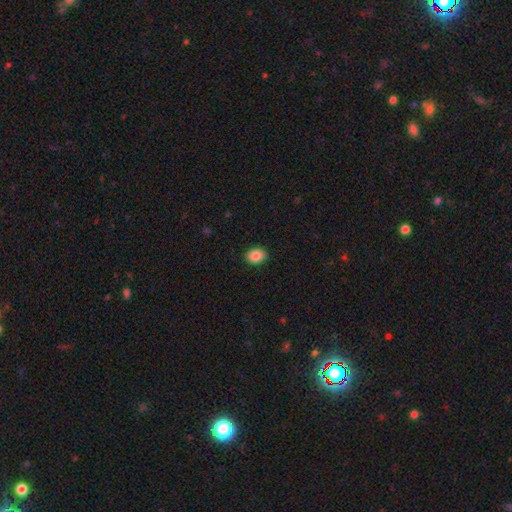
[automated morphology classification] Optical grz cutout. It shows a smooth galaxy with no disk features (87%) that is in between round and cigar-shaped (68%). Merging: none (89%).